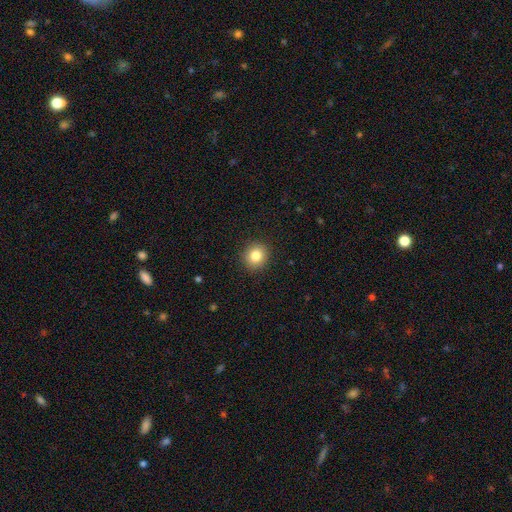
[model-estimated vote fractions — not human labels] A smooth galaxy with no disk features (83%) that is round (90%).

Vote fractions:
- Smooth or featured? smooth: 83% / star or artifact: 10% / featured or disk: 7%
- How rounded? round: 90% / in between: 9% / cigar-shaped: 1%
- Merging? none: 92% / minor disturbance: 5% / major disturbance: 2% / merger: 1%